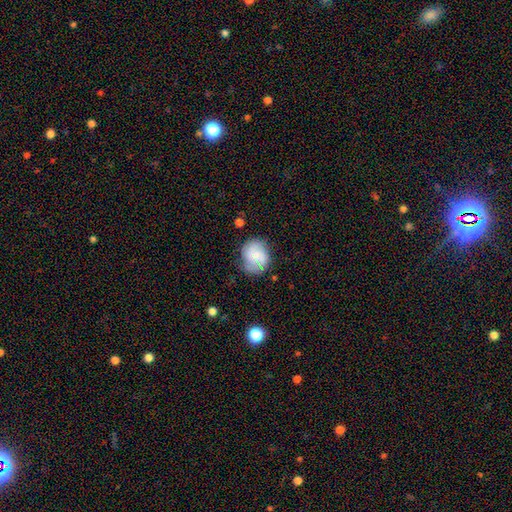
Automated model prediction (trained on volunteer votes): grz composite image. It shows a smooth galaxy with no disk features (55%) that is round (63%). Merging: none (59%).